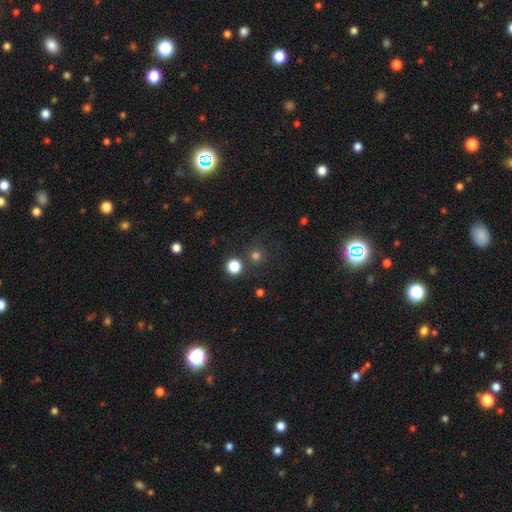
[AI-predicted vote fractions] Smooth or featured? Predicted: smooth (p=0.71). How rounded? Predicted: round (p=0.94). Merging? Predicted: none (p=0.80).